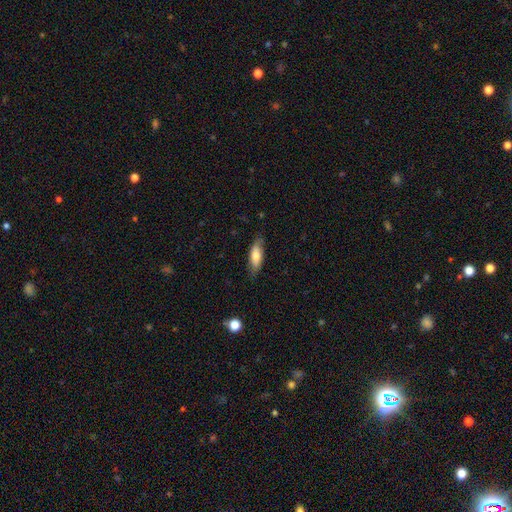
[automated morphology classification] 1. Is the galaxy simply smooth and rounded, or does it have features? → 70% smooth, 24% featured or disk, 7% star or artifact.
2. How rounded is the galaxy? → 68% in between, 30% cigar-shaped, 2% round.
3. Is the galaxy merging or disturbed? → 75% none, 20% minor disturbance, 4% major disturbance, 1% merger.